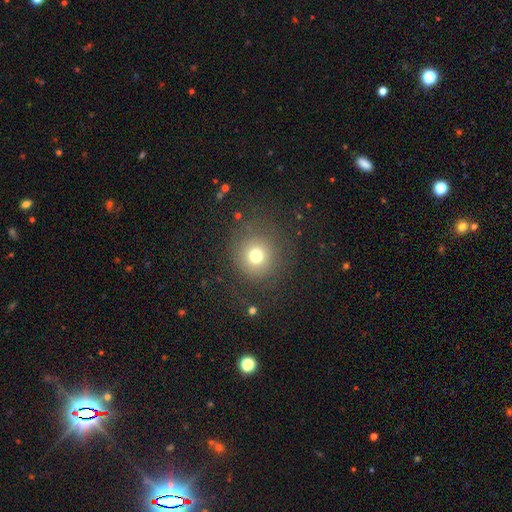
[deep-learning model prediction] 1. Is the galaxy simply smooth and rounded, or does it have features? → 72% smooth, 16% star or artifact, 12% featured or disk.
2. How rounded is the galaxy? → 91% round, 8% in between, 1% cigar-shaped.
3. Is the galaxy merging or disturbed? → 80% none, 11% minor disturbance, 7% major disturbance, 2% merger.